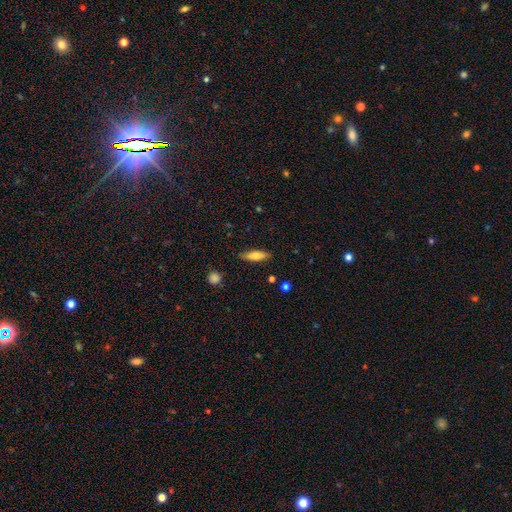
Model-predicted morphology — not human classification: Q: Smooth or featured?
A: smooth (72%); runner-up: featured or disk (21%)
Q: How rounded?
A: cigar-shaped (56%); runner-up: in between (42%)
Q: Merging?
A: none (86%); runner-up: minor disturbance (11%)